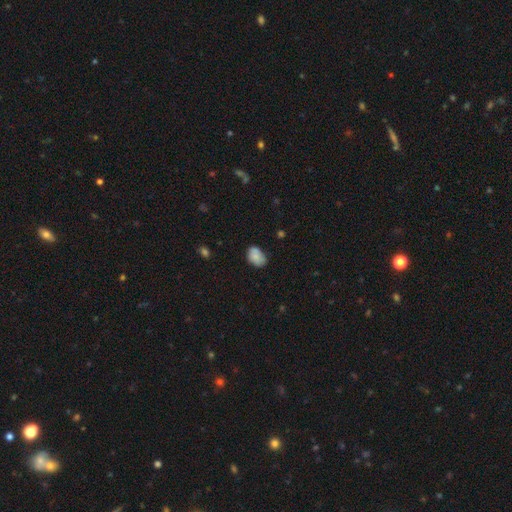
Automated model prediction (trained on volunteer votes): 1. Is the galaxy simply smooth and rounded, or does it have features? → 79% smooth, 13% featured or disk, 8% star or artifact.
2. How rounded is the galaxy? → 82% in between, 17% round, 1% cigar-shaped.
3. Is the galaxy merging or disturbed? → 58% none, 31% minor disturbance, 6% major disturbance, 5% merger.